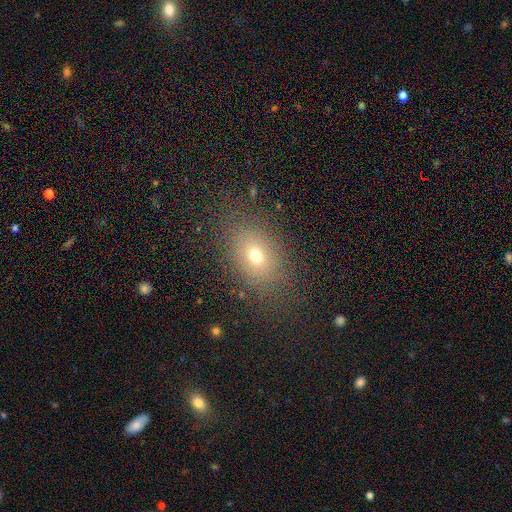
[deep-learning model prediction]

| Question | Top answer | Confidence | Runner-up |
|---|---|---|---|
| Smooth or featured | smooth | 68% | star or artifact (17%) |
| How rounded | in between | 69% | round (30%) |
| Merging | none | 80% | minor disturbance (12%) |